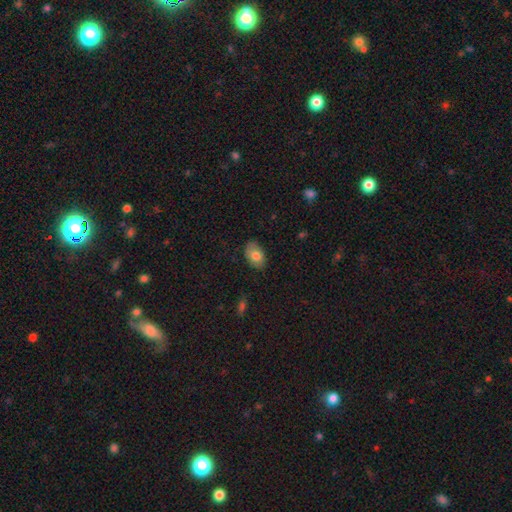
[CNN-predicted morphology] Q: Smooth or featured?
A: smooth (79%); runner-up: featured or disk (13%)
Q: How rounded?
A: in between (88%); runner-up: round (11%)
Q: Merging?
A: none (79%); runner-up: minor disturbance (17%)